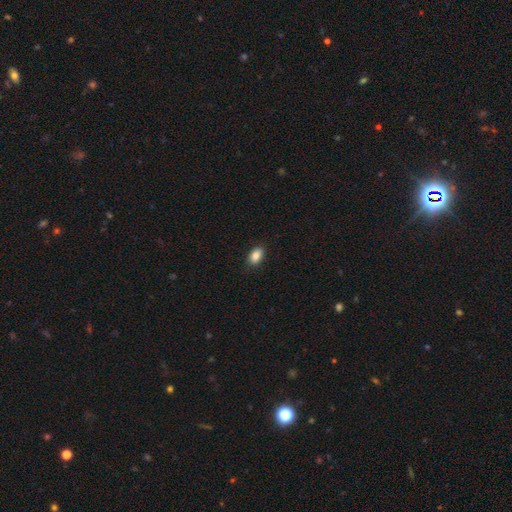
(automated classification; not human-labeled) Smooth or featured?
  - smooth: 86% *
  - star or artifact: 8%
  - featured or disk: 6%
How rounded?
  - in between: 89% *
  - round: 9%
  - cigar-shaped: 2%
Merging?
  - none: 87% *
  - minor disturbance: 10%
  - major disturbance: 2%
  - merger: 1%